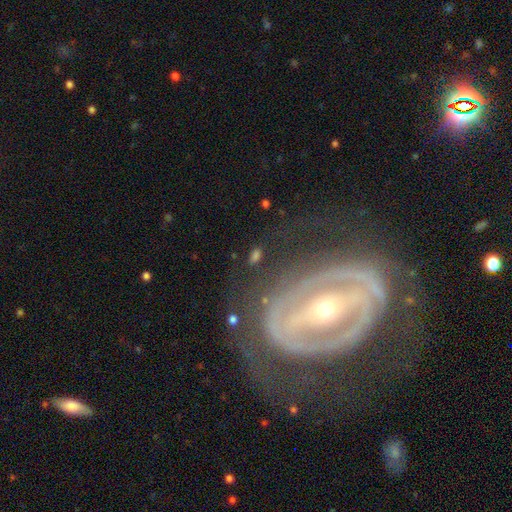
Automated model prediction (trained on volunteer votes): A smooth galaxy with no disk features (44%).

Vote fractions:
- Smooth or featured? smooth: 44% / featured or disk: 40% / star or artifact: 17%
- Merging? none: 72% / minor disturbance: 15% / major disturbance: 8% / merger: 5%